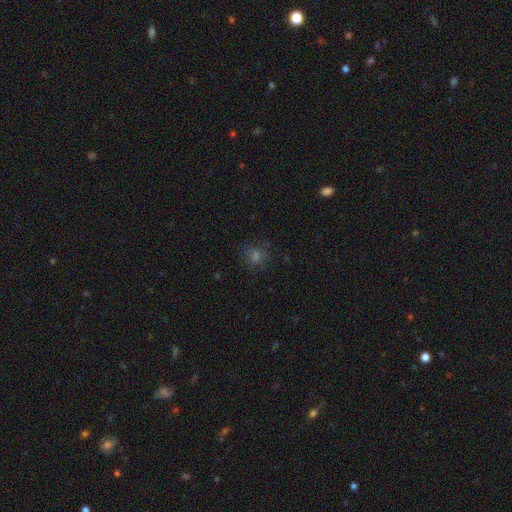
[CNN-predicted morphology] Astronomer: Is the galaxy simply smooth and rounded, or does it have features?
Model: smooth — 61%.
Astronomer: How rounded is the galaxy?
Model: round — 86%.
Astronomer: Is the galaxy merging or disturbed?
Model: none — 82%.